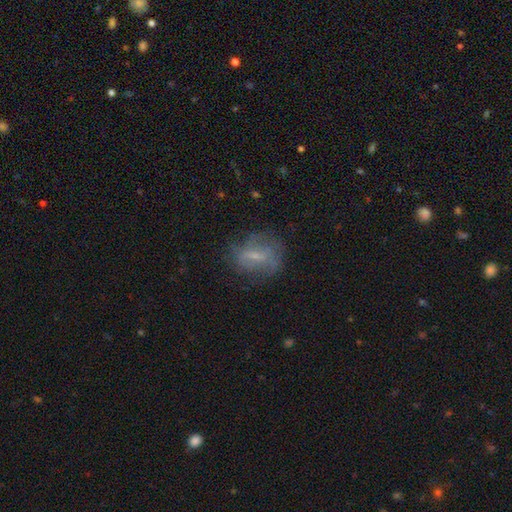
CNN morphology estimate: This is marginally a featured or disk galaxy (45%). Merging: likely none (62%).